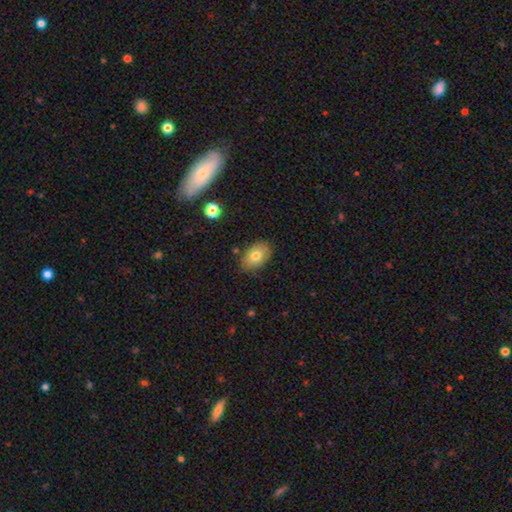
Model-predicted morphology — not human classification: Smooth or featured? smooth (76%)
How rounded? in between (86%)
Merging? none (83%)